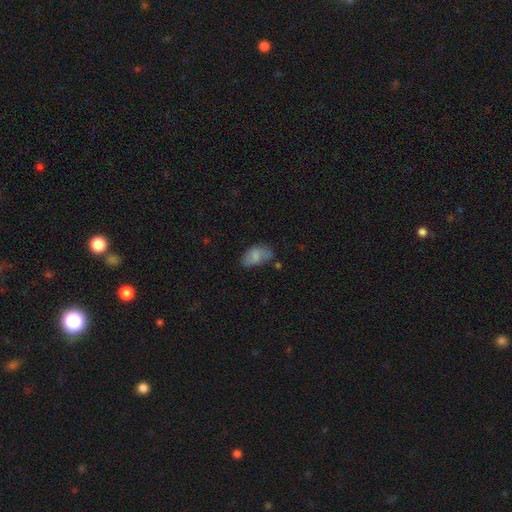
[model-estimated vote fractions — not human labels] Smooth or featured? Predicted: smooth (p=0.75). How rounded? Predicted: in between (p=0.92). Merging? Predicted: none (p=0.48).